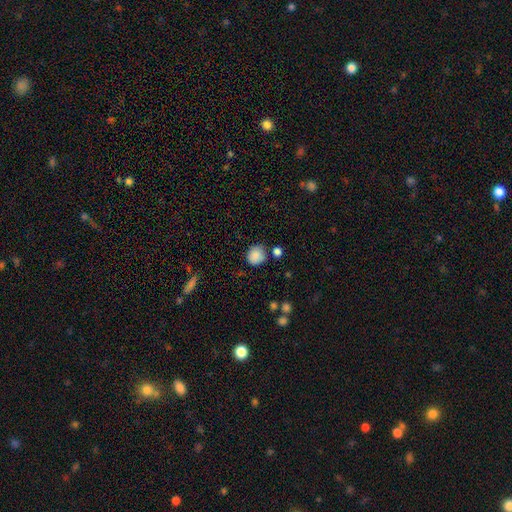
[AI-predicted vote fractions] This is clearly a smooth galaxy (87%). How rounded: clearly round (83%). Merging: likely none (72%).